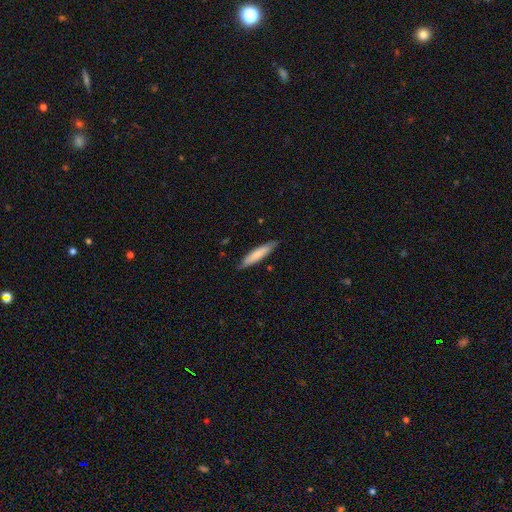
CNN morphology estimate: Smooth or featured? Predicted: smooth (p=0.76). How rounded? Predicted: cigar-shaped (p=0.84). Merging? Predicted: none (p=0.84).